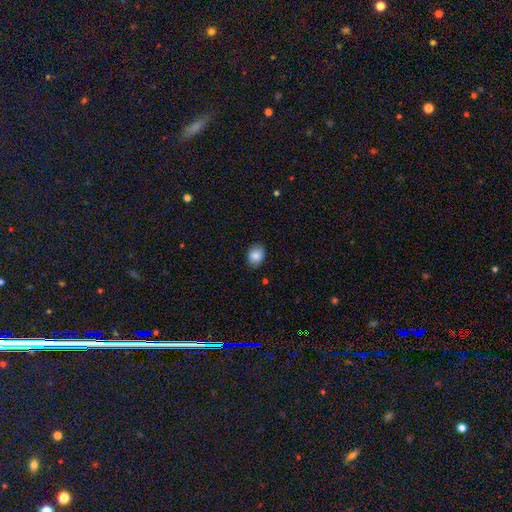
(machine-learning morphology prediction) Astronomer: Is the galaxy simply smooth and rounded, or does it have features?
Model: smooth — 87%.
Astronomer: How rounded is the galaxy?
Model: in between — 58% (runner-up: round, 41%).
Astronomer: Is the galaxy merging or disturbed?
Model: none — 81%.